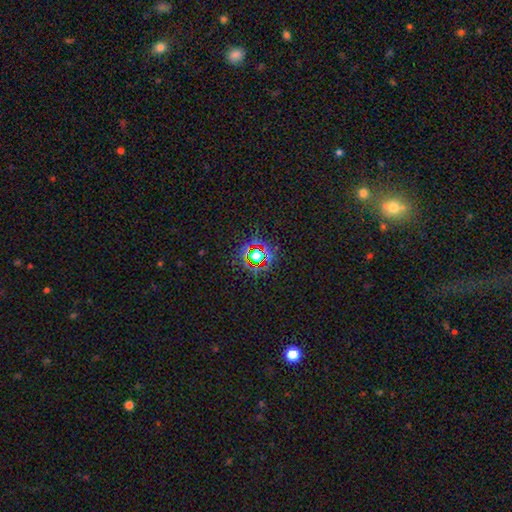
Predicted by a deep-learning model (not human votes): Q: Smooth or featured?
A: star or artifact (70%); runner-up: smooth (20%)